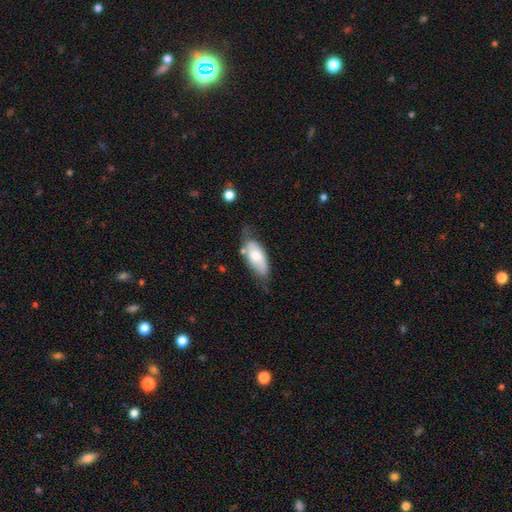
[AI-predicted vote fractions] smooth-or-featured: smooth: 65% | featured or disk: 29% | star or artifact: 6%
  how-rounded: in between: 85% | cigar-shaped: 13% | round: 2%
  merging: none: 54% | minor disturbance: 32% | major disturbance: 9% | merger: 5%